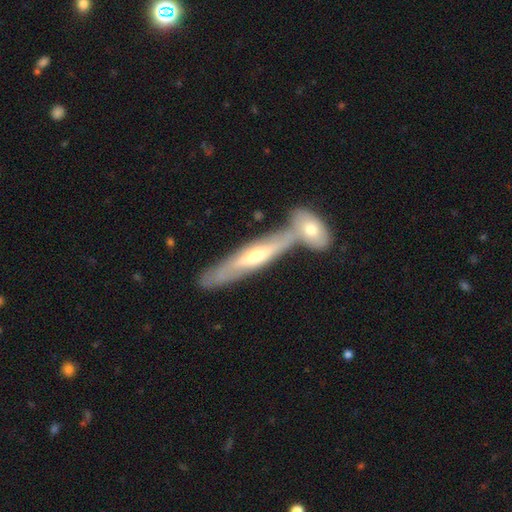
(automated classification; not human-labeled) featured or disk 66%, smooth 28%, star or artifact 6%. Down the decision tree: edge-on disk — yes (69%); merging — none (49%).